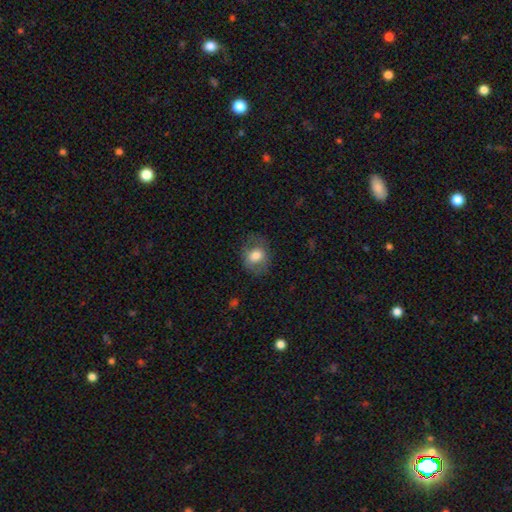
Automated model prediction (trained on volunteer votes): smooth-or-featured: smooth: 71% | featured or disk: 21% | star or artifact: 8%
  how-rounded: in between: 51% | round: 48% | cigar-shaped: 1%
  merging: none: 72% | minor disturbance: 18% | major disturbance: 9% | merger: 1%